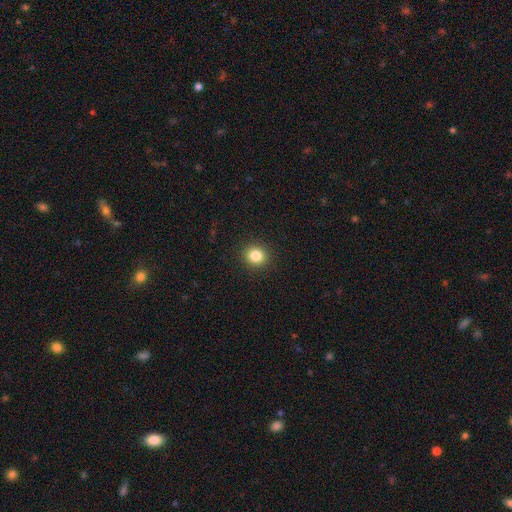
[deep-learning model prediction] Smooth or featured? Predicted: smooth (p=0.84). How rounded? Predicted: round (p=0.87). Merging? Predicted: none (p=0.92).